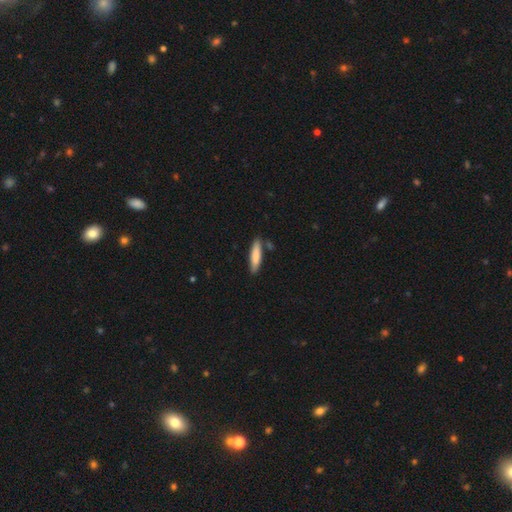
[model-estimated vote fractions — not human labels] smooth_or_featured: smooth (p=0.81) [alt: featured or disk p=0.13]
how_rounded: cigar-shaped (p=0.78) [alt: in between p=0.21]
merging: none (p=0.82) [alt: minor disturbance p=0.12]